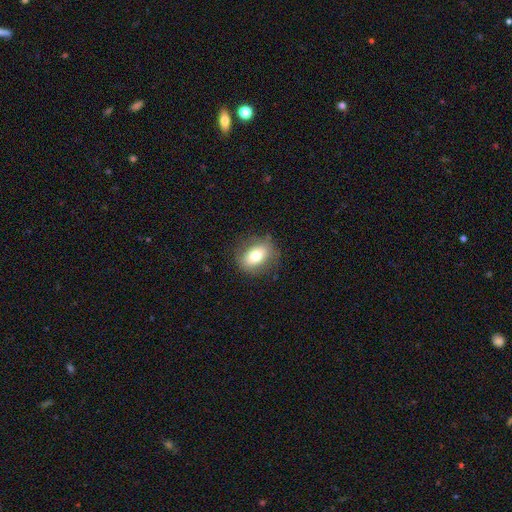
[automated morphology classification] This appears to be a smooth galaxy with no disk features (69%) that is in between round and cigar-shaped (68%). Merging: none (79%).